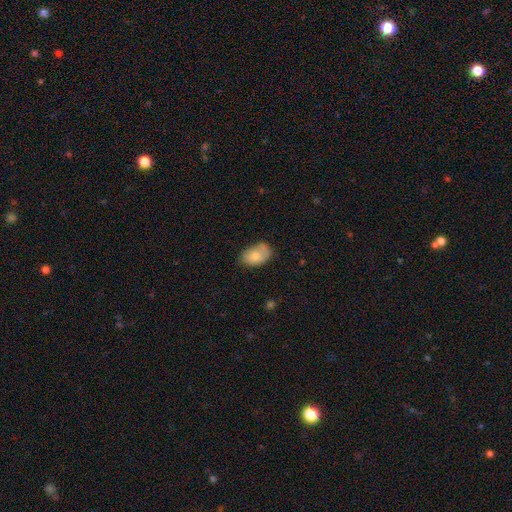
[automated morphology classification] Smooth or featured: smooth — 76% (featured or disk — 17%)
How rounded: in between — 88% (round — 11%)
Merging: none — 58% (minor disturbance — 31%)